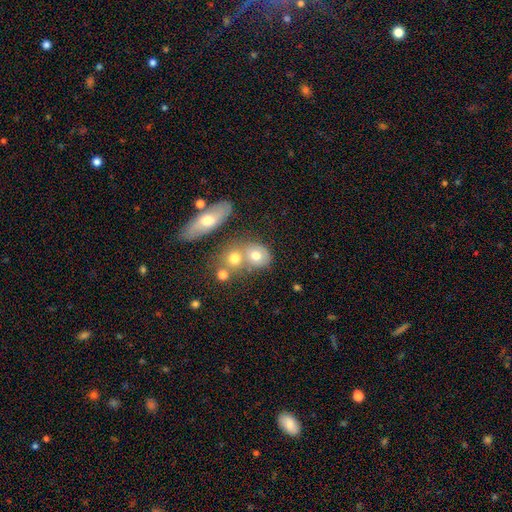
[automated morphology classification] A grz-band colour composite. It shows a smooth galaxy with no disk features (67%) that is round (58%). Merging: none (44%).